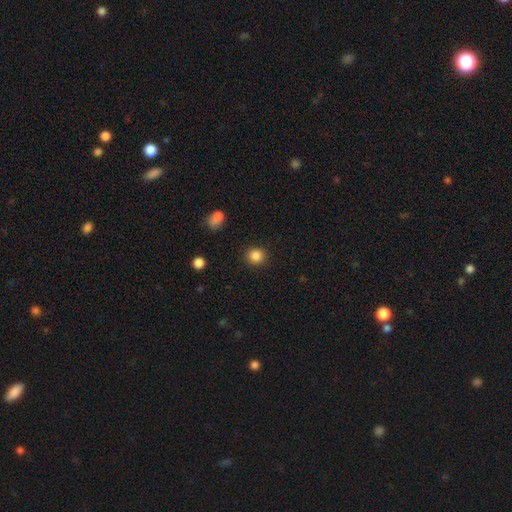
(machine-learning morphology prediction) Q: Smooth or featured?
A: smooth (86%); runner-up: star or artifact (10%)
Q: How rounded?
A: round (91%); runner-up: in between (8%)
Q: Merging?
A: none (91%); runner-up: minor disturbance (6%)